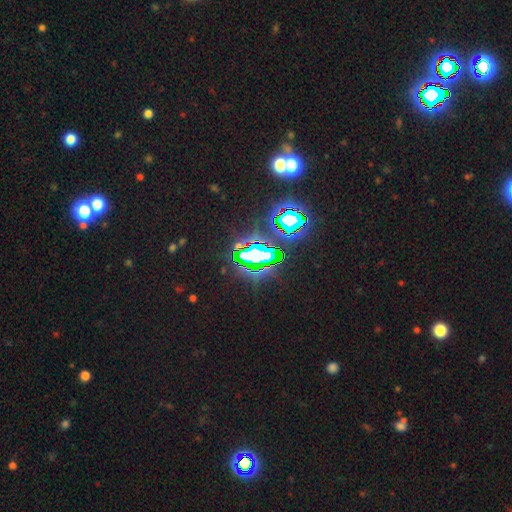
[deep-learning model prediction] star or artifact 82%, smooth 10%, featured or disk 8%.